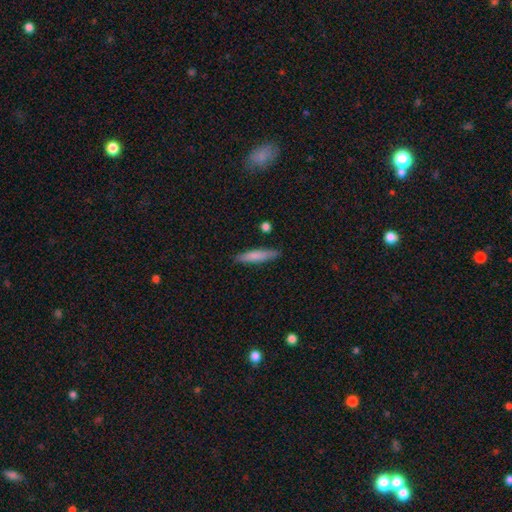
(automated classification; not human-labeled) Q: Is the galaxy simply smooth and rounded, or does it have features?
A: smooth — 77%.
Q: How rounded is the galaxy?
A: cigar-shaped — 86%.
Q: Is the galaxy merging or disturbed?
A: none — 85%.